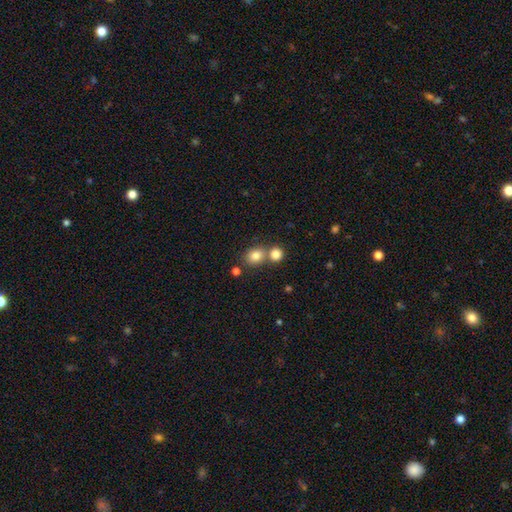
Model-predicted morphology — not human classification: type=smooth (81%); roundness=round (59%); merging=none (54%).